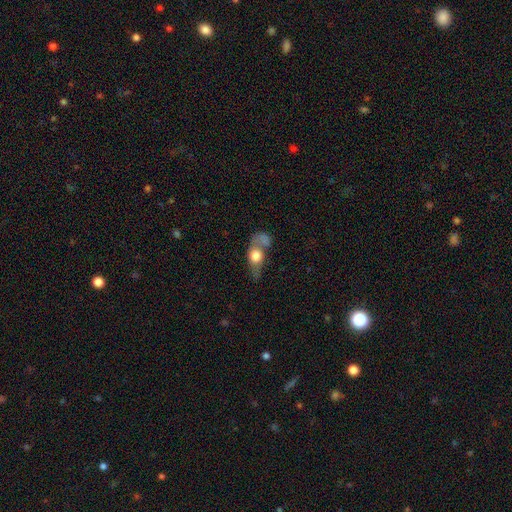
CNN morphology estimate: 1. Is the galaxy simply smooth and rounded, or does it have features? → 59% smooth, 32% featured or disk, 9% star or artifact.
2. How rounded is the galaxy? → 56% in between, 35% round, 10% cigar-shaped.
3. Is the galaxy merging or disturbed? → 43% merger, 26% none, 18% major disturbance, 13% minor disturbance.